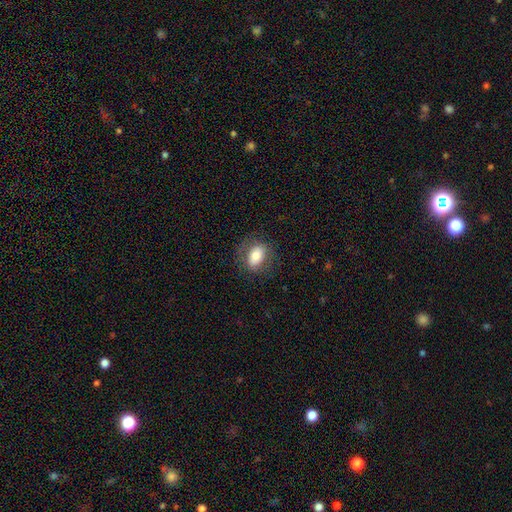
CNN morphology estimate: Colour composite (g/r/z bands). It shows a smooth galaxy with no disk features (72%) that is in between round and cigar-shaped (76%). Merging: none (76%).